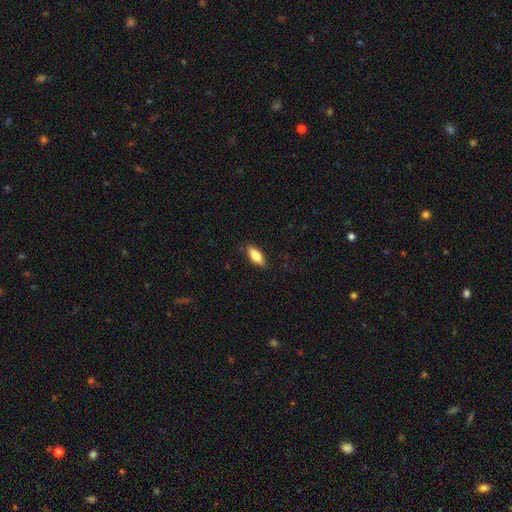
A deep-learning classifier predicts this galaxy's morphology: type=smooth (78%); roundness=in between (73%); merging=none (86%).